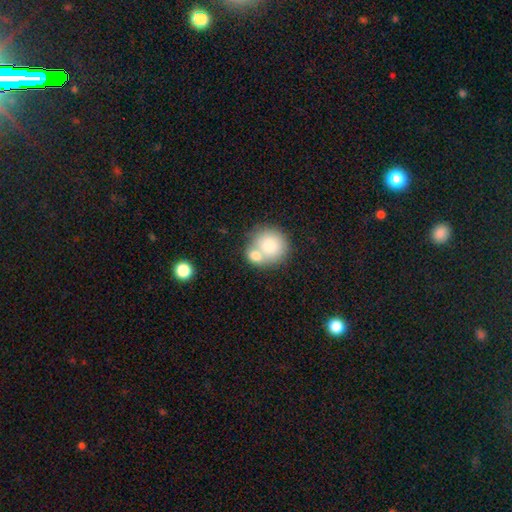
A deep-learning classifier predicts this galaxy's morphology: Q: Smooth or featured?
A: smooth (78%); runner-up: featured or disk (15%)
Q: How rounded?
A: round (84%); runner-up: in between (15%)
Q: Merging?
A: merger (50%); runner-up: none (37%)